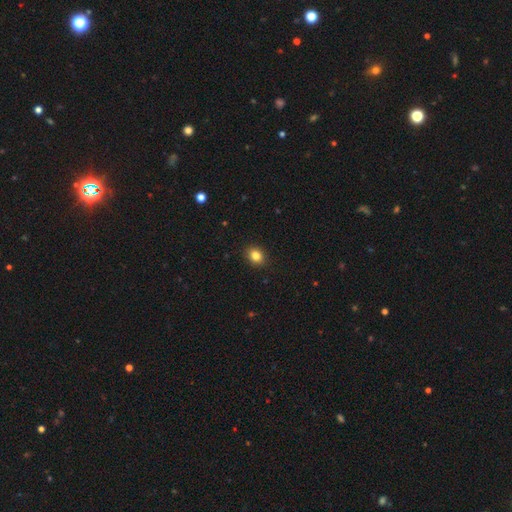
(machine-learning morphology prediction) type=smooth (84%); roundness=round (55%); merging=none (91%).